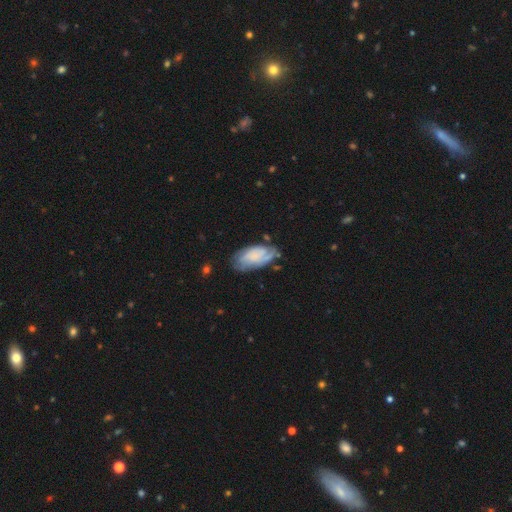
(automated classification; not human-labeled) smooth_or_featured: featured or disk (p=0.53) [alt: smooth p=0.40]
disk_edge_on: no (p=0.94) [alt: yes p=0.06]
merging: none (p=0.61) [alt: minor disturbance p=0.26]